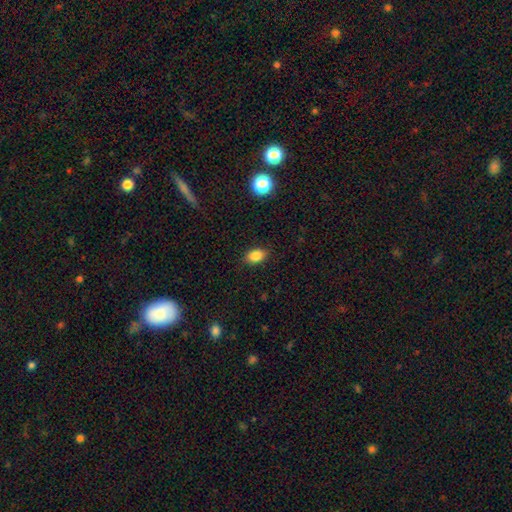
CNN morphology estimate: This is clearly a smooth galaxy (85%). How rounded: clearly in between (85%). Merging: clearly none (87%).